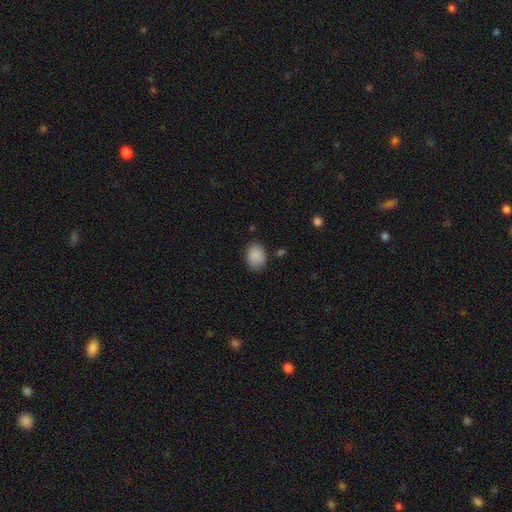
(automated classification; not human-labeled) Smooth or featured? Predicted: smooth (p=0.89). How rounded? Predicted: in between (p=0.74). Merging? Predicted: none (p=0.81).